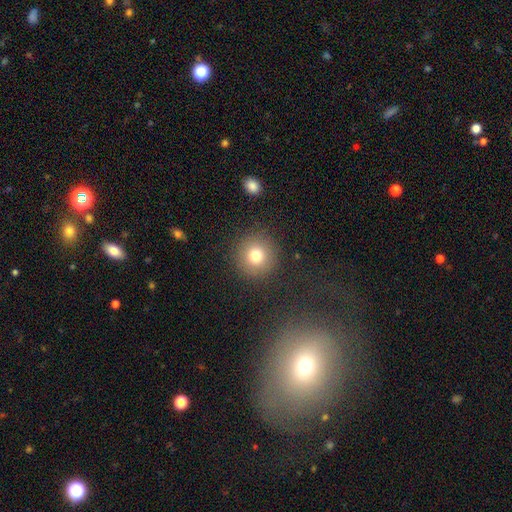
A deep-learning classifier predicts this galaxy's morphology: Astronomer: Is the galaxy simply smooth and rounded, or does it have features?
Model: smooth — 77%.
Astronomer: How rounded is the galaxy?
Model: round — 94%.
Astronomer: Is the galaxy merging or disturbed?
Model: none — 89%.